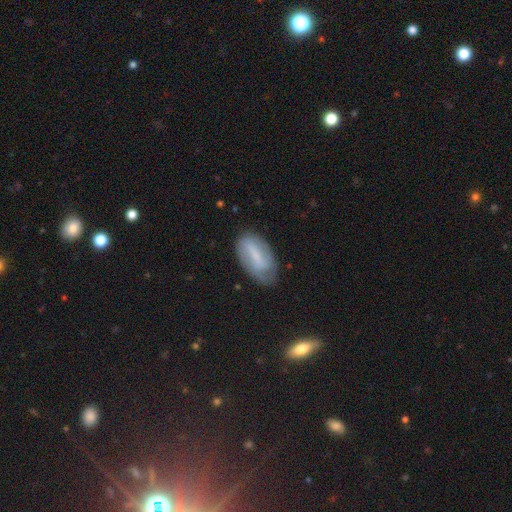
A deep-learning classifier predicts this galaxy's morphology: smooth-or-featured: smooth: 49% | featured or disk: 43% | star or artifact: 8%
  merging: none: 64% | minor disturbance: 26% | major disturbance: 8% | merger: 2%